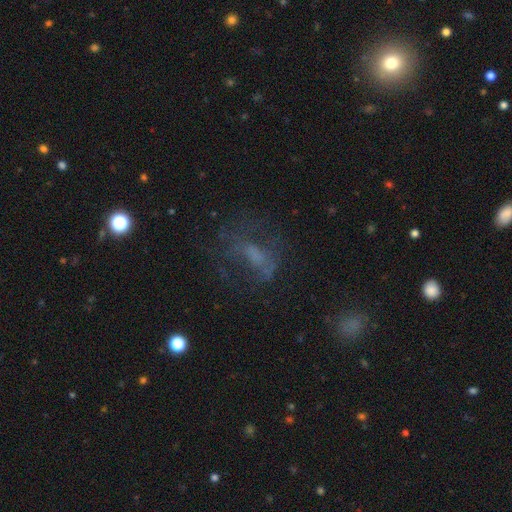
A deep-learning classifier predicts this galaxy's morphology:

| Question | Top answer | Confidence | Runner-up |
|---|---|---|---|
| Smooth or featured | featured or disk | 41% | smooth (33%) |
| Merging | none | 47% | major disturbance (32%) |